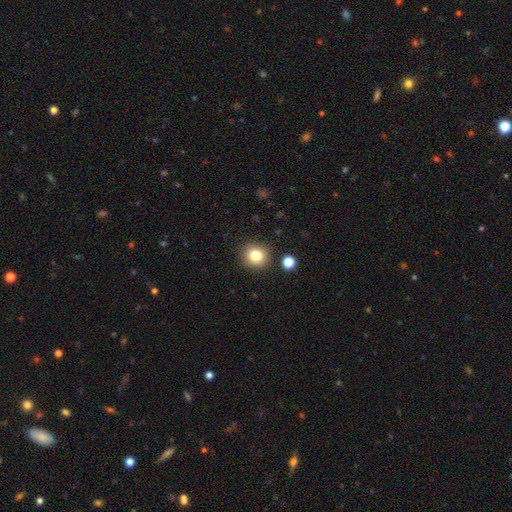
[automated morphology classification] Smooth or featured: smooth — 81% (star or artifact — 12%)
How rounded: round — 91% (in between — 8%)
Merging: none — 89% (minor disturbance — 6%)